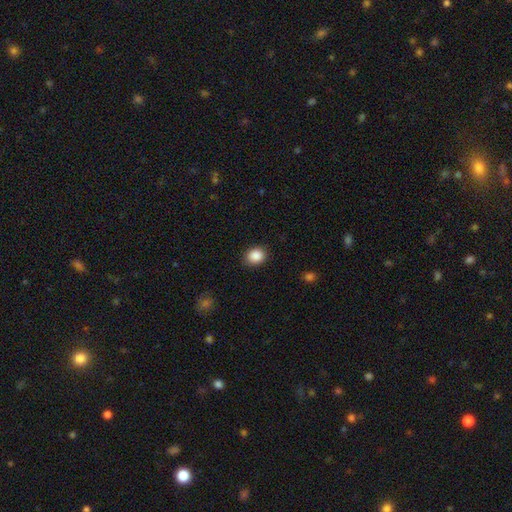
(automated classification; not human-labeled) Smooth or featured? Predicted: smooth (p=0.88). How rounded? Predicted: round (p=0.64). Merging? Predicted: none (p=0.87).